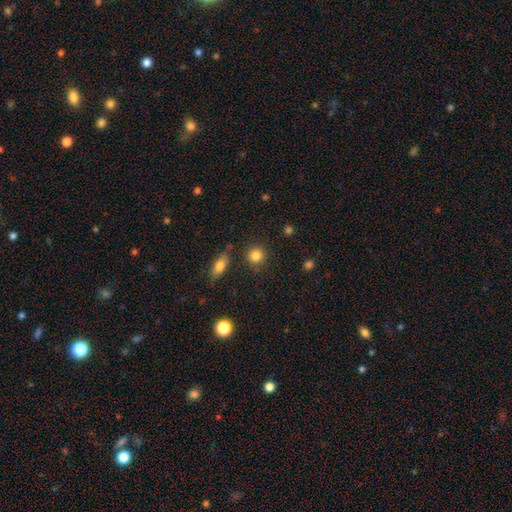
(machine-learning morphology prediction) This is clearly a smooth galaxy (85%). How rounded: clearly round (89%). Merging: clearly none (85%).